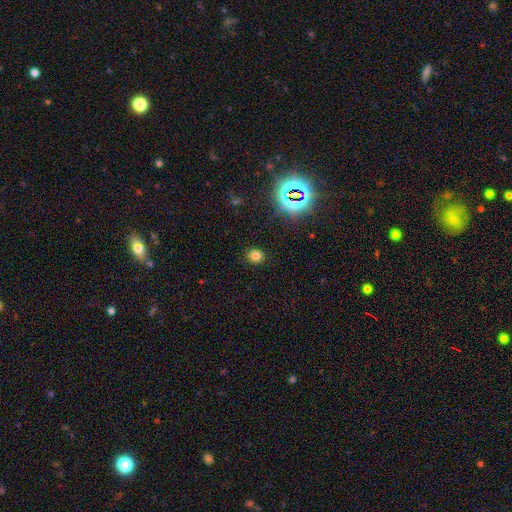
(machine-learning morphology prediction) smooth 75%, star or artifact 19%, featured or disk 5%. Down the decision tree: how rounded — round (75%); merging — none (89%).